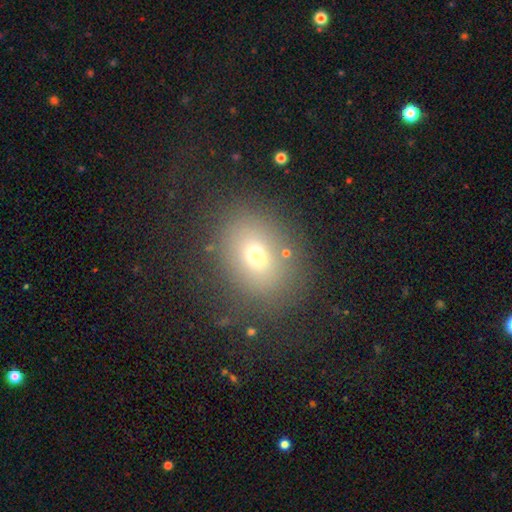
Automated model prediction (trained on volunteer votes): A smooth galaxy with no disk features (66%) that is round (50%). Merging: none (74%).